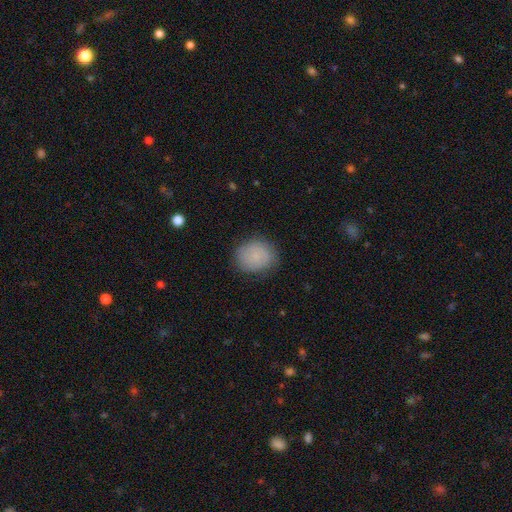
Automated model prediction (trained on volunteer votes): This is likely a smooth galaxy (79%). How rounded: likely round (64%). Merging: clearly none (80%).